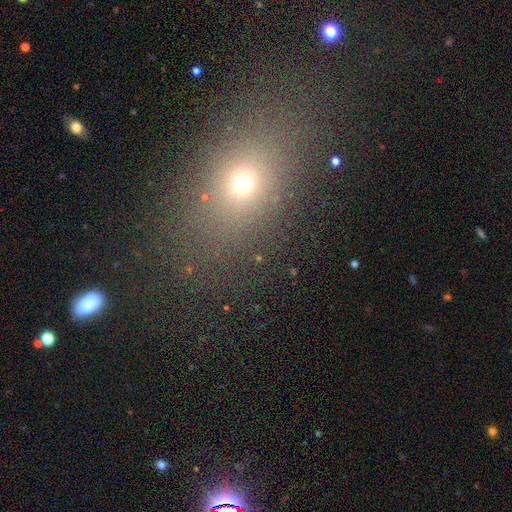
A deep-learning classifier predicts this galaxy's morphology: Smooth or featured: smooth — 60% (star or artifact — 28%)
How rounded: in between — 58% (round — 39%)
Merging: none — 80% (minor disturbance — 10%)